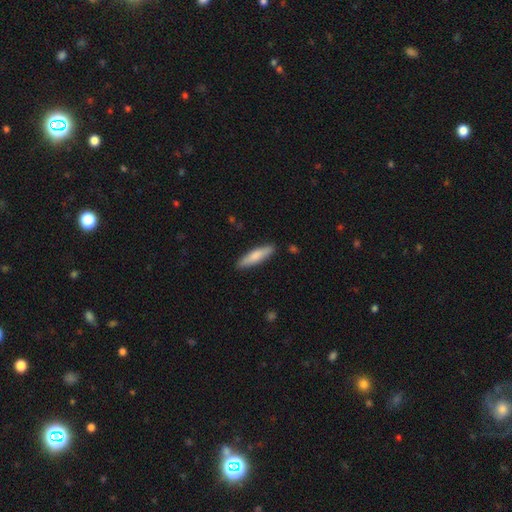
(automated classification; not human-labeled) smooth_or_featured: smooth (p=0.75) [alt: featured or disk p=0.20]
how_rounded: cigar-shaped (p=0.77) [alt: in between p=0.21]
merging: none (p=0.89) [alt: minor disturbance p=0.08]